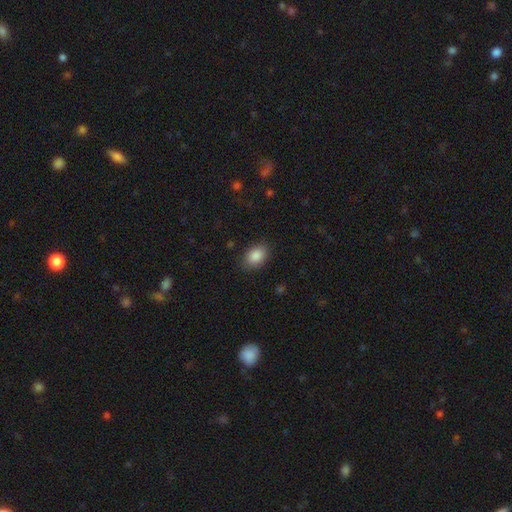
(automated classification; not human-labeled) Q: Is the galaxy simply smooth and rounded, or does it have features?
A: smooth — 88%.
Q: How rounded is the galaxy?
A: in between — 82%.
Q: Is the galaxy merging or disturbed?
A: none — 86%.